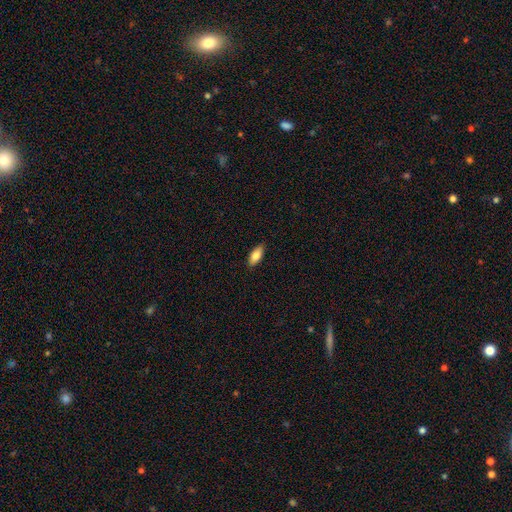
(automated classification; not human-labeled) smooth_or_featured: smooth (p=0.83) [alt: featured or disk p=0.11]
how_rounded: in between (p=0.85) [alt: cigar-shaped p=0.12]
merging: none (p=0.87) [alt: minor disturbance p=0.10]